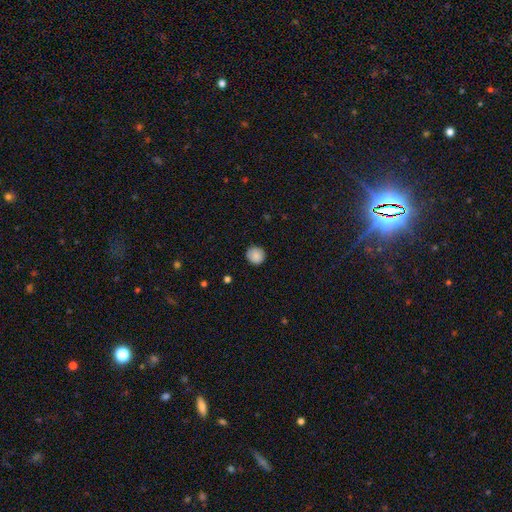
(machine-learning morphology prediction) Smooth or featured?
  - smooth: 87% *
  - star or artifact: 8%
  - featured or disk: 5%
How rounded?
  - round: 92% *
  - in between: 7%
  - cigar-shaped: 1%
Merging?
  - none: 87% *
  - minor disturbance: 10%
  - major disturbance: 2%
  - merger: 1%